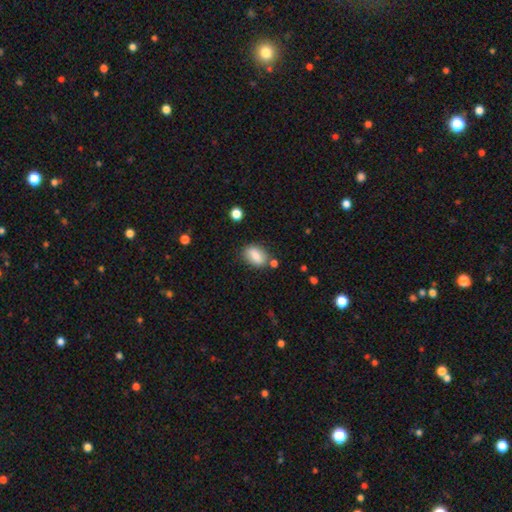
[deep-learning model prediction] A smooth galaxy with no disk features (80%) that is in between round and cigar-shaped (83%). Merging: none (74%).